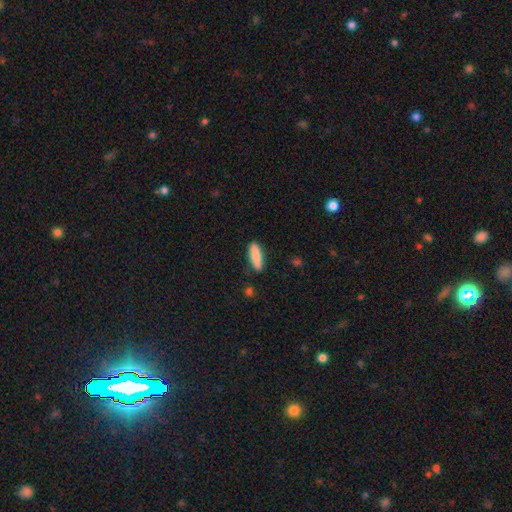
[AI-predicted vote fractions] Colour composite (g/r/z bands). It shows a smooth galaxy with no disk features (87%) that is cigar-shaped (58%). Merging: none (86%).